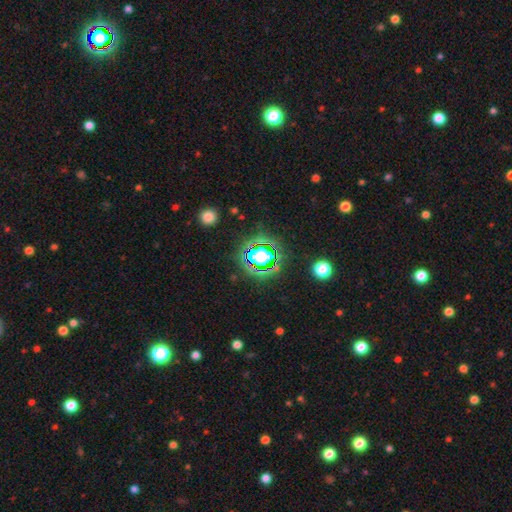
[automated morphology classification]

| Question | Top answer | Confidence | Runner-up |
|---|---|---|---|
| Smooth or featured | star or artifact | 64% | smooth (23%) |